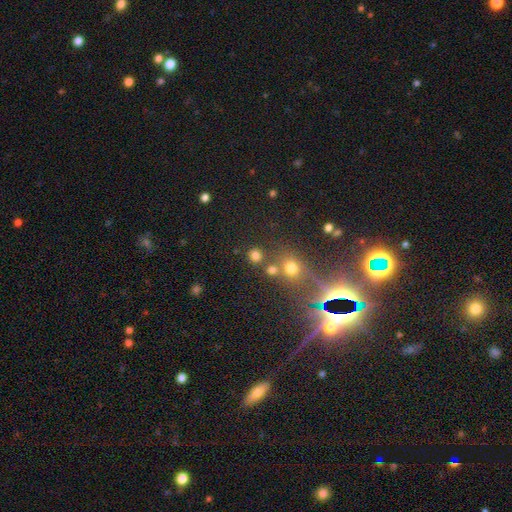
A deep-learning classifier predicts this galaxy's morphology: The model was most divided on "smooth or featured": smooth: 76%, star or artifact: 18%, featured or disk: 6%. More confident: how rounded — round (90%); merging — none (76%).